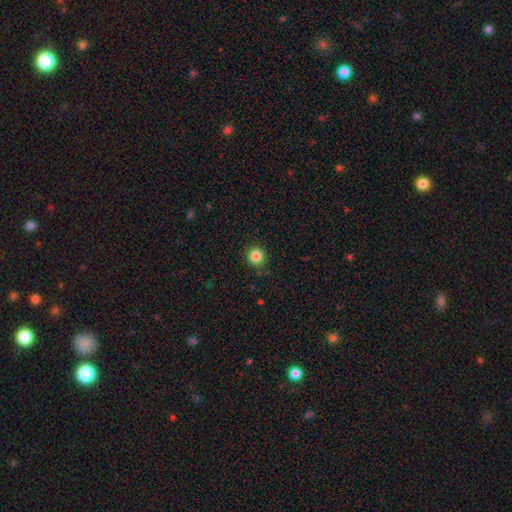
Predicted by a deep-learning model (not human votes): This appears to be a smooth galaxy with no disk features (85%) that is round (94%). Merging: none (91%).